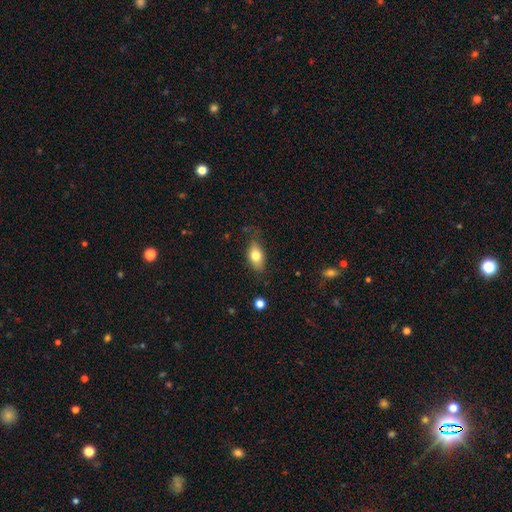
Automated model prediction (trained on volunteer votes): A smooth galaxy with no disk features (77%) that is in between round and cigar-shaped (86%). Merging: none (75%).